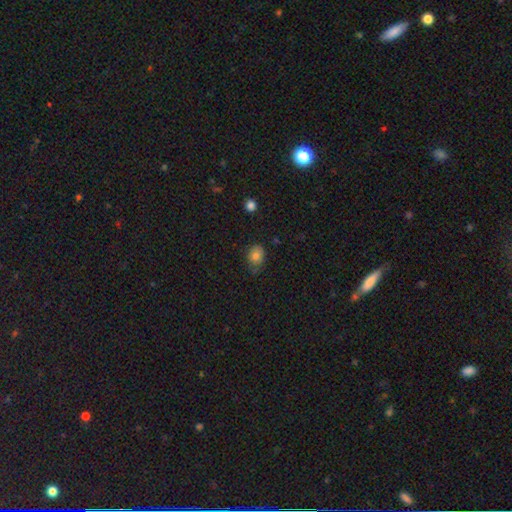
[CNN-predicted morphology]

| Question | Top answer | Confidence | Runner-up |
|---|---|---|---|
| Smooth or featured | smooth | 81% | star or artifact (10%) |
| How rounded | in between | 53% | round (46%) |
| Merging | none | 64% | minor disturbance (28%) |